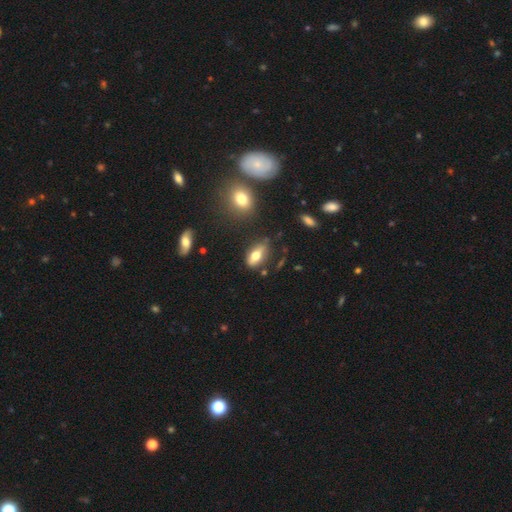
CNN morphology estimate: The model was most divided on "smooth or featured": smooth: 64%, featured or disk: 28%, star or artifact: 9%. More confident: how rounded — in between (83%); merging — none (68%).